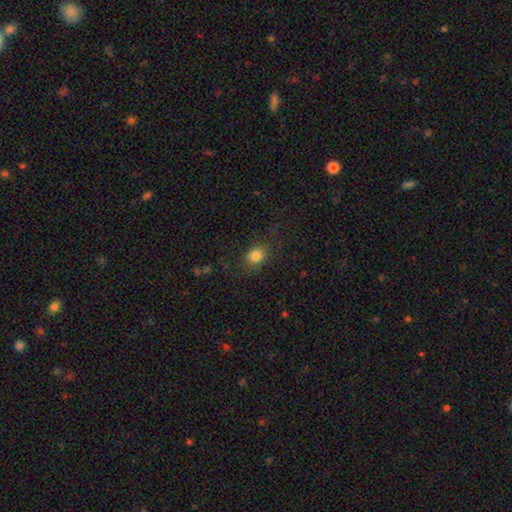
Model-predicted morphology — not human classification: This is clearly a smooth galaxy (82%). How rounded: possibly in between (52%). Merging: clearly none (80%).